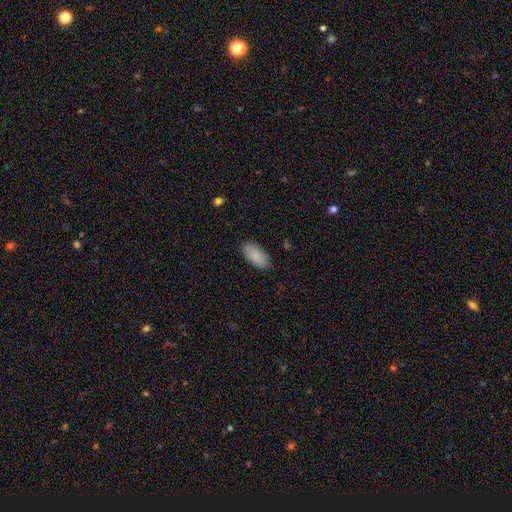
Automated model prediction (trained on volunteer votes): Smooth or featured? Predicted: smooth (p=0.89). How rounded? Predicted: in between (p=0.93). Merging? Predicted: none (p=0.87).